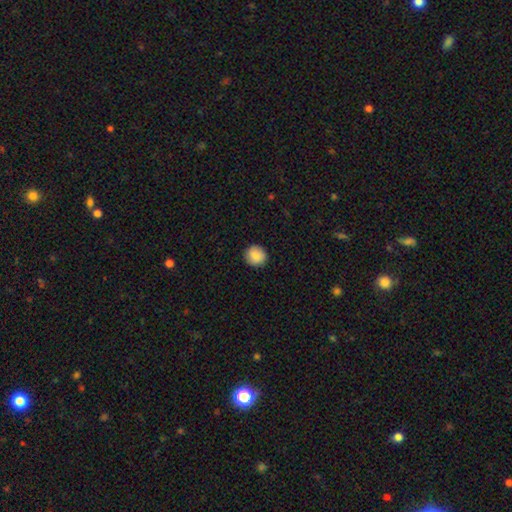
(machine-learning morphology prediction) Overall: smooth (86%). How rounded: round (91%). Merging: none (91%).